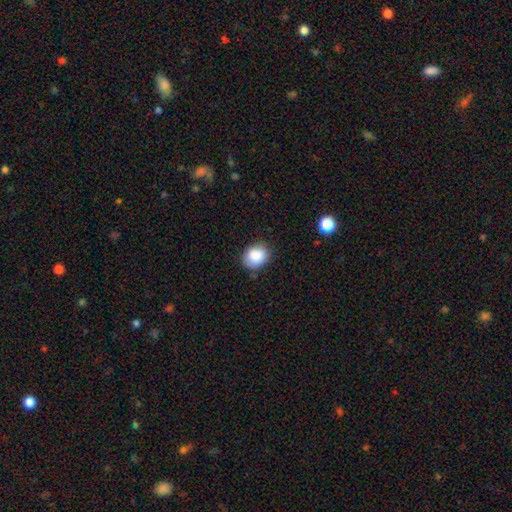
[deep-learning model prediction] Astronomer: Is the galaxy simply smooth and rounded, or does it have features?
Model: smooth — 87%.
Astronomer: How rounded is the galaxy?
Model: in between — 56% (runner-up: round, 43%).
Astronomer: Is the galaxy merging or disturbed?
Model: none — 79%.